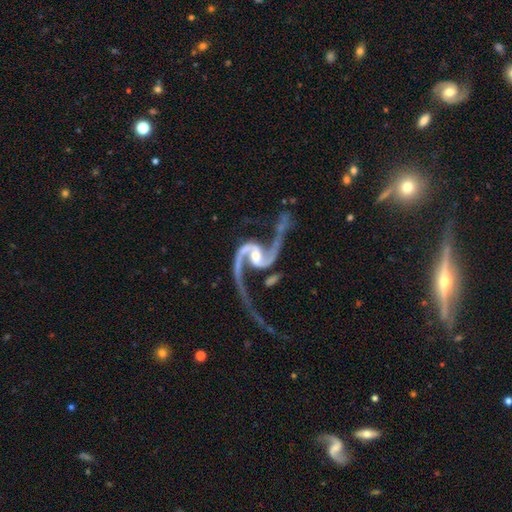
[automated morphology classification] The model was most divided on "bar": weak: 43%, no: 32%, strong: 25%. More confident: spiral arms — yes (98%); edge-on disk — no (98%); spiral arm count — 2 (94%); smooth or featured — featured or disk (94%); spiral winding — loose (71%); bulge size — moderate (54%); merging — none (52%).